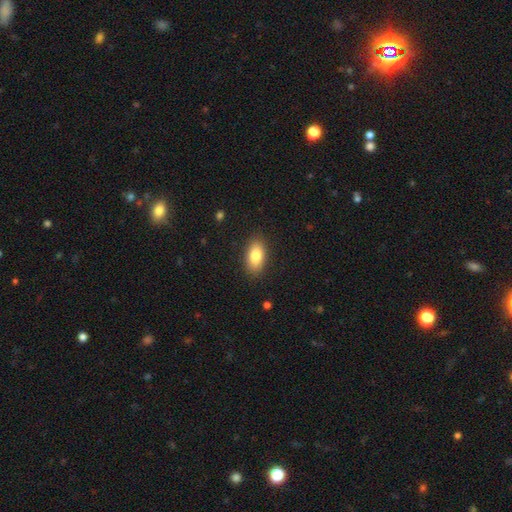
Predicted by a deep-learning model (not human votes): Smooth or featured?
  - smooth: 83% *
  - featured or disk: 9%
  - star or artifact: 7%
How rounded?
  - in between: 91% *
  - round: 5%
  - cigar-shaped: 4%
Merging?
  - none: 87% *
  - minor disturbance: 9%
  - major disturbance: 3%
  - merger: 1%